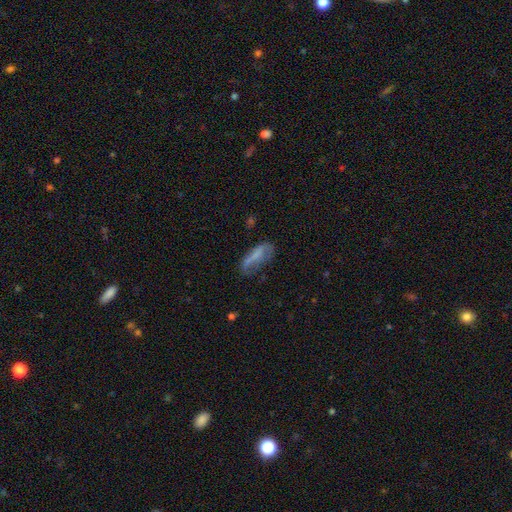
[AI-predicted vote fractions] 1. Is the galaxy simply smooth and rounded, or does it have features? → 58% smooth, 33% featured or disk, 10% star or artifact.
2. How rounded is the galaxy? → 56% in between, 42% cigar-shaped, 3% round.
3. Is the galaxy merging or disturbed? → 42% none, 30% minor disturbance, 24% major disturbance, 4% merger.